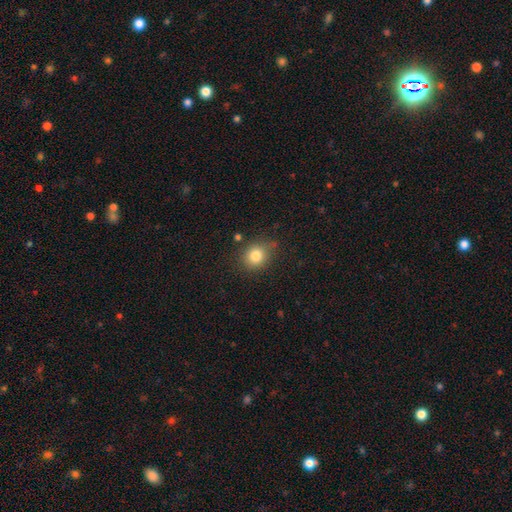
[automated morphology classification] Q: Smooth or featured?
A: smooth (81%); runner-up: star or artifact (12%)
Q: How rounded?
A: round (73%); runner-up: in between (26%)
Q: Merging?
A: none (77%); runner-up: minor disturbance (16%)